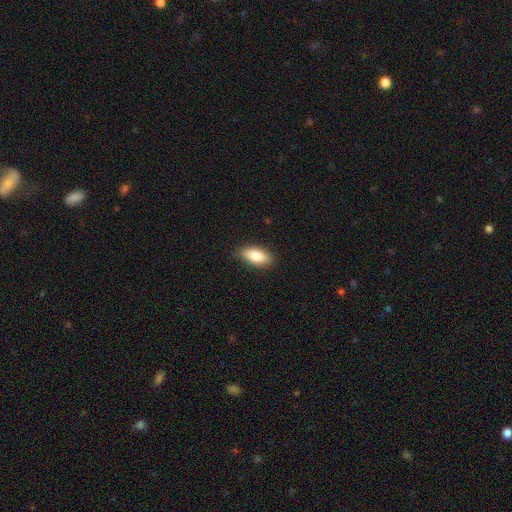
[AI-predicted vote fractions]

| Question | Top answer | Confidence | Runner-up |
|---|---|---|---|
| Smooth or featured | smooth | 84% | featured or disk (9%) |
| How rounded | in between | 85% | cigar-shaped (12%) |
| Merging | none | 83% | minor disturbance (14%) |